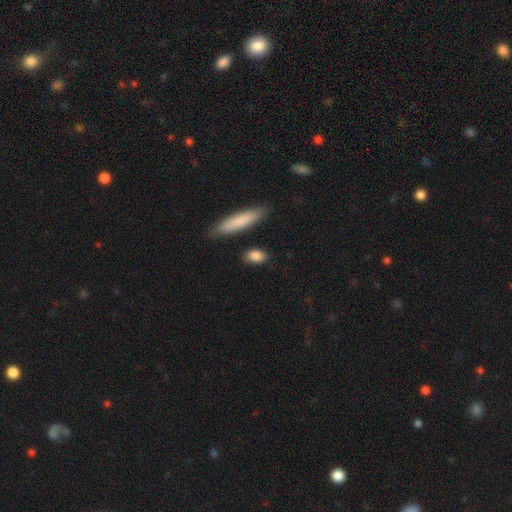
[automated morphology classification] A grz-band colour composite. It shows a smooth galaxy with no disk features (86%) that is in between round and cigar-shaped (74%). Merging: none (80%).